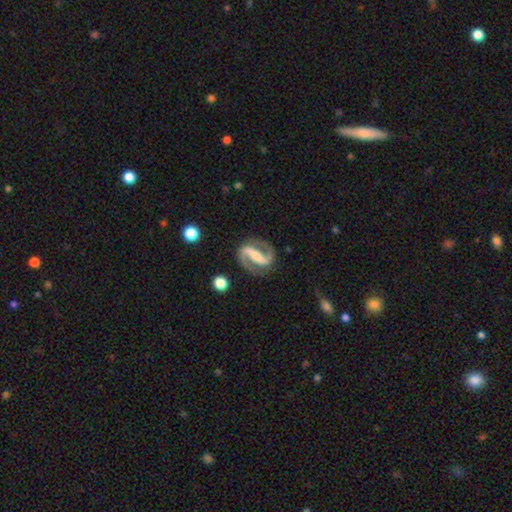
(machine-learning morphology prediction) This appears to be a featured or disk galaxy (91%) with a strong bar (70%), 2 (94%) medium (56%) spiral arms (97%) and a small central bulge (41%). Merging: none (84%).